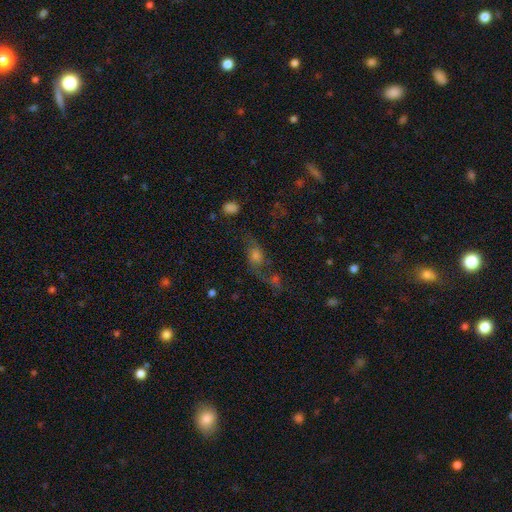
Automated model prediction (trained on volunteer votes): Smooth or featured? Predicted: featured or disk (p=0.47). Merging? Predicted: none (p=0.49).